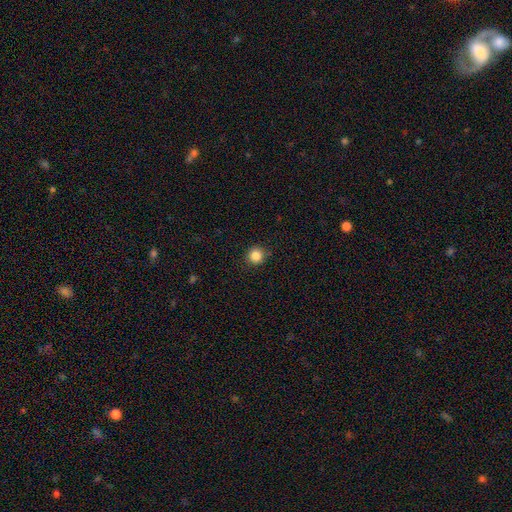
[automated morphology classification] Smooth or featured?
  - smooth: 85% *
  - star or artifact: 11%
  - featured or disk: 4%
How rounded?
  - round: 94% *
  - in between: 5%
  - cigar-shaped: 1%
Merging?
  - none: 90% *
  - minor disturbance: 7%
  - major disturbance: 2%
  - merger: 1%